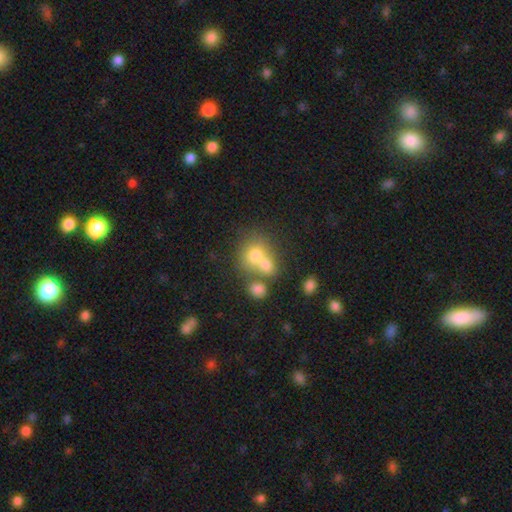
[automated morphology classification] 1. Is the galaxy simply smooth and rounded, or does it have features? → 70% smooth, 17% featured or disk, 12% star or artifact.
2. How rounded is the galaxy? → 72% round, 27% in between, 1% cigar-shaped.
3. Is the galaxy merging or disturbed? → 53% merger, 34% none, 8% minor disturbance, 5% major disturbance.